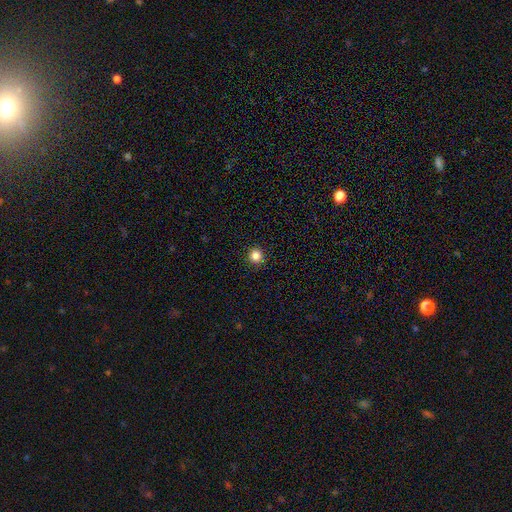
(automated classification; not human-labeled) This appears to be a smooth galaxy with no disk features (84%) that is round (94%). Merging: none (92%).